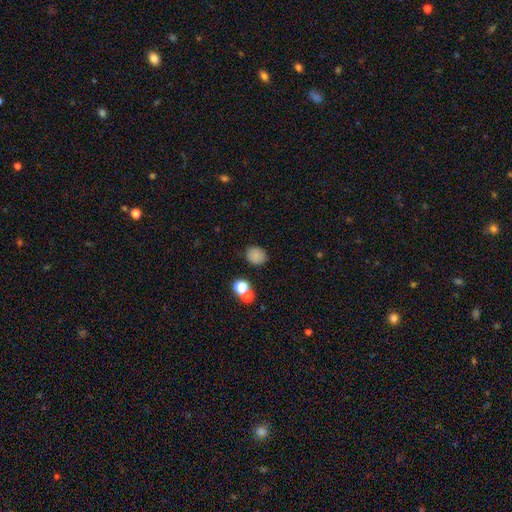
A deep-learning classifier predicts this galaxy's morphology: Smooth or featured? Predicted: smooth (p=0.81). How rounded? Predicted: round (p=0.69). Merging? Predicted: none (p=0.80).